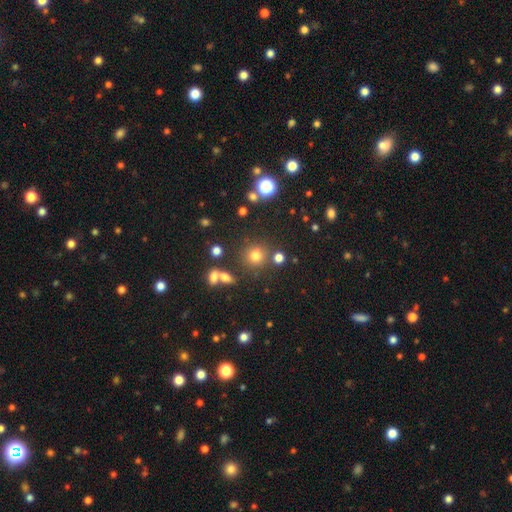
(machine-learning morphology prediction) smooth_or_featured: smooth (p=0.72) [alt: star or artifact p=0.20]
how_rounded: round (p=0.89) [alt: in between p=0.10]
merging: none (p=0.77) [alt: merger p=0.10]